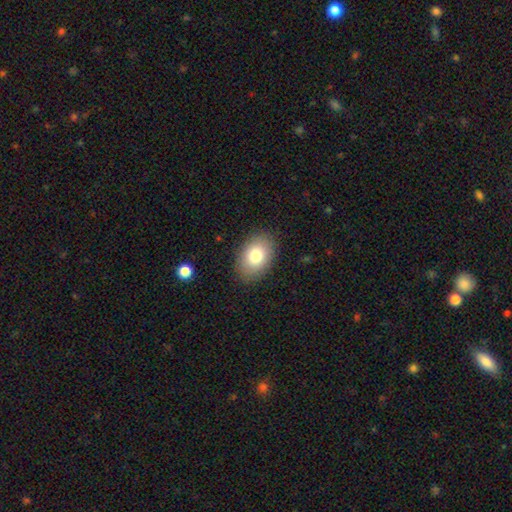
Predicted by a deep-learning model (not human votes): smooth_or_featured: smooth (p=0.80) [alt: featured or disk p=0.12]
how_rounded: in between (p=0.85) [alt: round p=0.14]
merging: none (p=0.87) [alt: minor disturbance p=0.09]